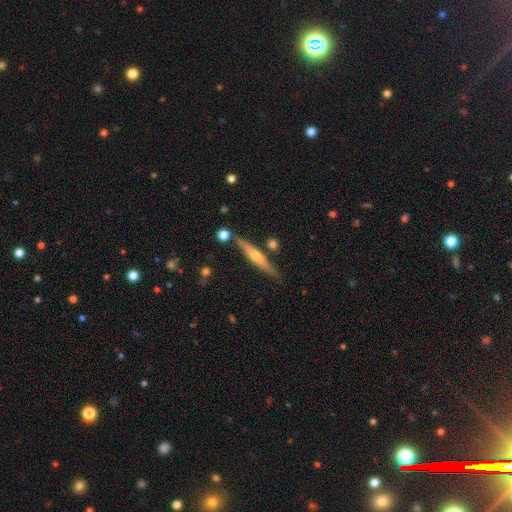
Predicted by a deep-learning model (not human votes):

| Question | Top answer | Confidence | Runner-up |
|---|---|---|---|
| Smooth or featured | featured or disk | 67% | smooth (27%) |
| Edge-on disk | yes | 96% | no (4%) |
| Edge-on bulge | rounded | 85% | none (10%) |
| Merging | none | 81% | minor disturbance (11%) |